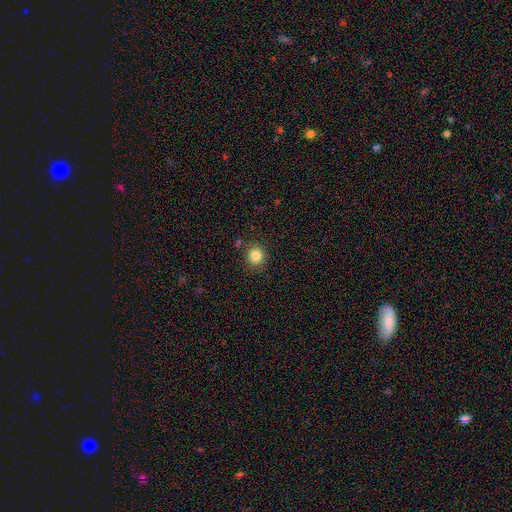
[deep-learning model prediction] This appears to be a smooth galaxy with no disk features (83%) that is round (88%). Merging: none (85%).